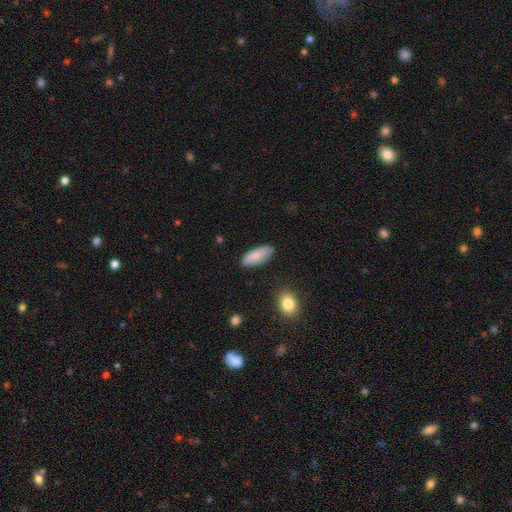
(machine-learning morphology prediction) Smooth or featured: smooth — 79% (featured or disk — 15%)
How rounded: in between — 82% (cigar-shaped — 16%)
Merging: none — 83% (minor disturbance — 13%)